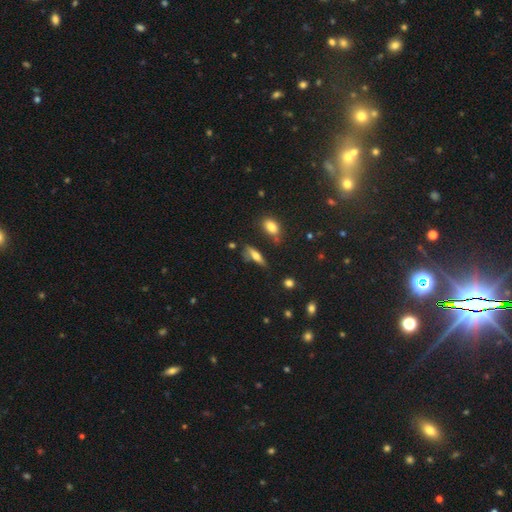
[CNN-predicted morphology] Overall: smooth (58%; featured or disk 32%). How rounded: cigar-shaped (53%; in between 43%). Merging: none (63%).